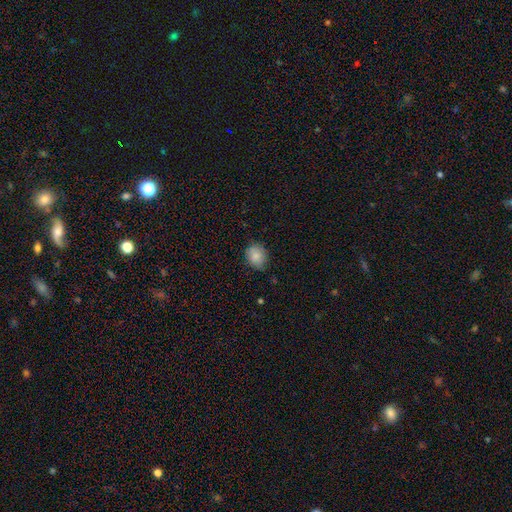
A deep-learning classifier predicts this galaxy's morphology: Smooth or featured: smooth — 85% (star or artifact — 8%)
How rounded: round — 59% (in between — 40%)
Merging: none — 73% (minor disturbance — 22%)